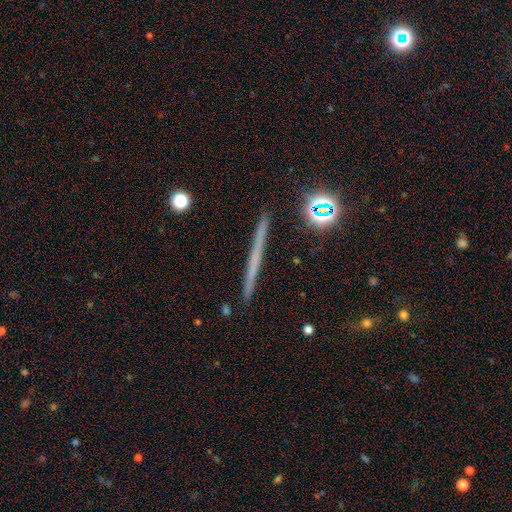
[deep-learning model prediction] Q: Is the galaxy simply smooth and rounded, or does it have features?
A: featured or disk — 50%.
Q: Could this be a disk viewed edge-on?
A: yes — 97%.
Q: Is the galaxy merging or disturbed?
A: none — 91%.